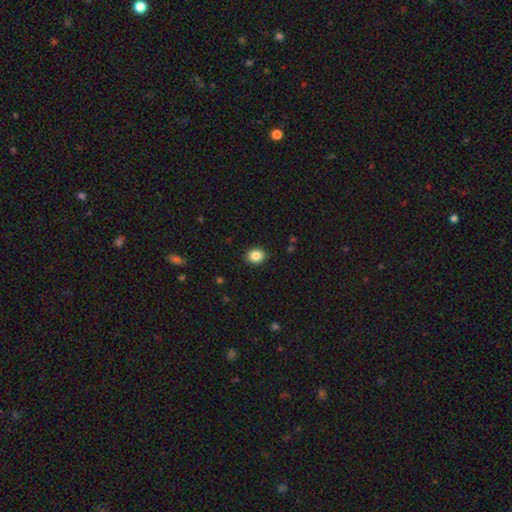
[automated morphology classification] smooth 86%, star or artifact 10%, featured or disk 5%. Down the decision tree: how rounded — round (65%); merging — none (91%).